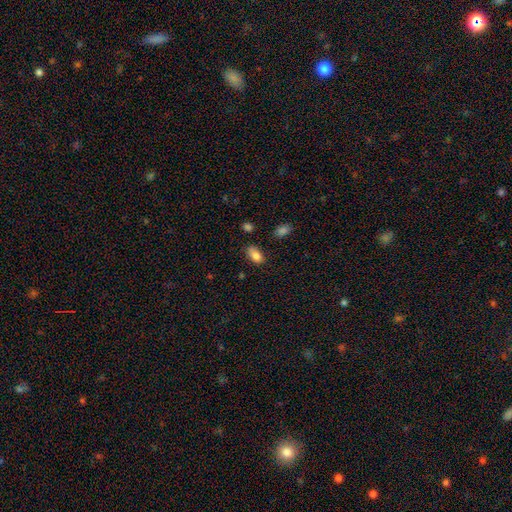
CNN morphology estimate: smooth_or_featured: smooth (p=0.85) [alt: star or artifact p=0.09]
how_rounded: in between (p=0.91) [alt: round p=0.06]
merging: none (p=0.69) [alt: minor disturbance p=0.23]